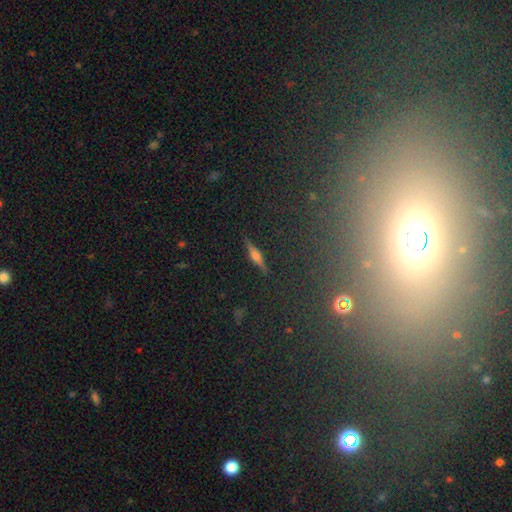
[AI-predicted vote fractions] Q: Smooth or featured?
A: featured or disk (66%); runner-up: smooth (24%)
Q: Edge-on disk?
A: yes (96%); runner-up: no (4%)
Q: Edge-on bulge?
A: rounded (85%); runner-up: boxy (10%)
Q: Merging?
A: none (89%); runner-up: minor disturbance (7%)